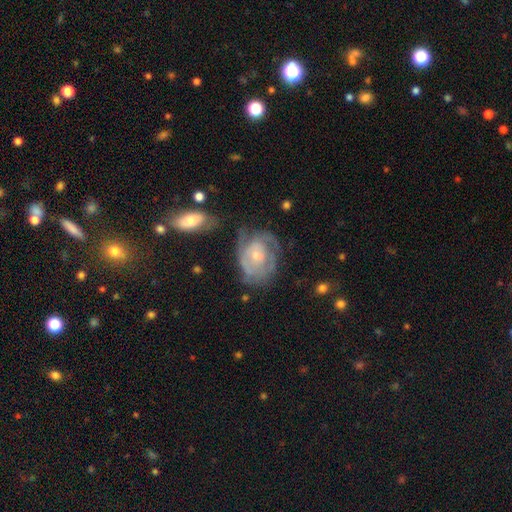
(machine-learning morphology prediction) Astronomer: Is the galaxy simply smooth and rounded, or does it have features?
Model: featured or disk — 75%.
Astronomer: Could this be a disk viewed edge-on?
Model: no — 97%.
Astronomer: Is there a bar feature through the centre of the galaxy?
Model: no — 72%.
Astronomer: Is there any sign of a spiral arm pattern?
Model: yes — 82%.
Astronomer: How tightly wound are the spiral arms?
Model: tight — 57% (runner-up: medium, 32%).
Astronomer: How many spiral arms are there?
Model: can't tell — 42% (runner-up: 2, 30%).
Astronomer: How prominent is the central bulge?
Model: small — 56% (runner-up: moderate, 36%).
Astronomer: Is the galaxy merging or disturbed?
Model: none — 50% (runner-up: minor disturbance, 26%).